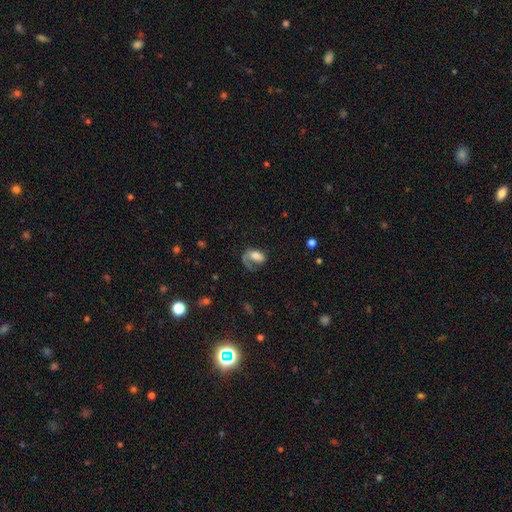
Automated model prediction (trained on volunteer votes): This is possibly a featured or disk galaxy (48%). Merging: marginally major disturbance (43%).